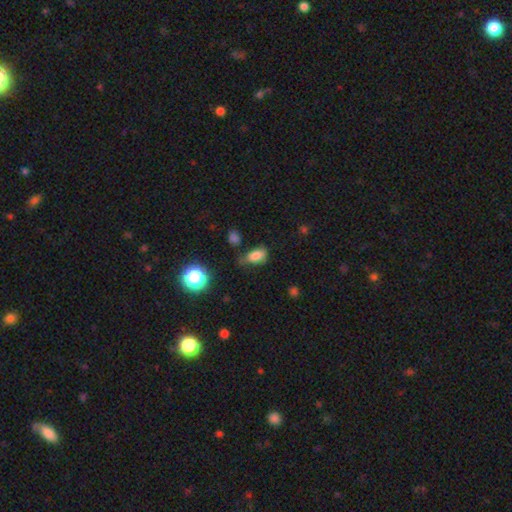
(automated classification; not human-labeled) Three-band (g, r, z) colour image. It shows a smooth galaxy with no disk features (79%) that is in between round and cigar-shaped (86%). Merging: none (49%).